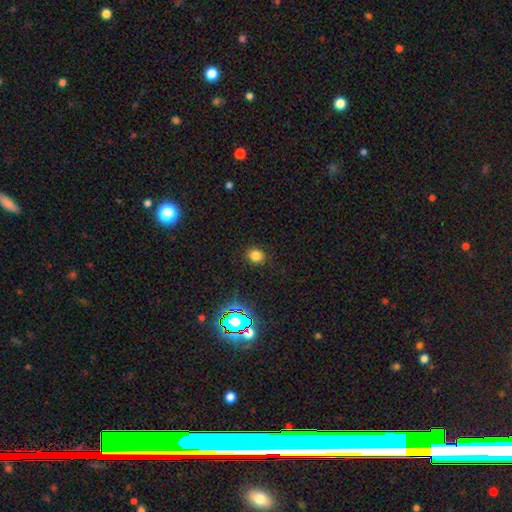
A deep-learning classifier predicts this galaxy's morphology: This is likely a smooth galaxy (77%). How rounded: likely round (67%). Merging: clearly none (87%).